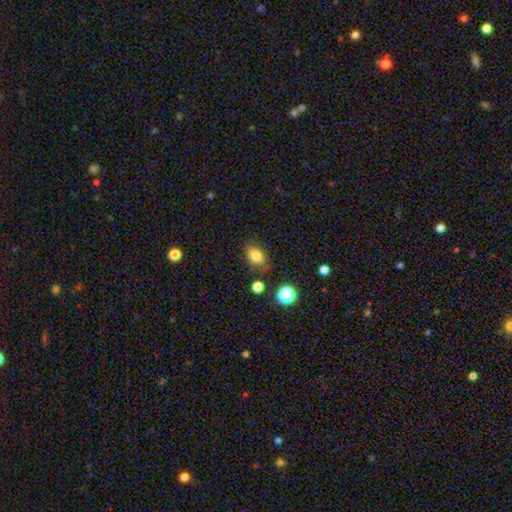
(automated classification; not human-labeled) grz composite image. It shows a smooth galaxy with no disk features (79%) that is in between round and cigar-shaped (65%). Merging: none (74%).